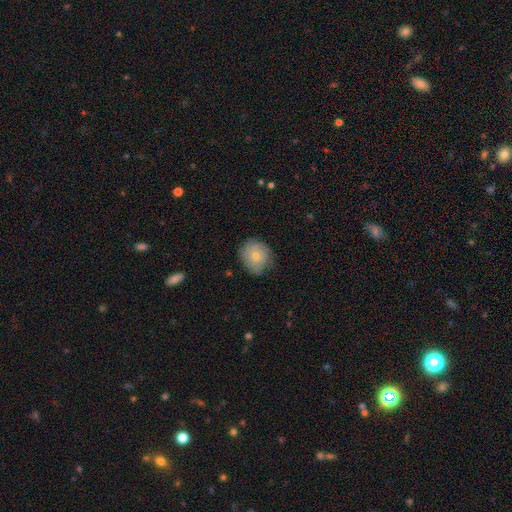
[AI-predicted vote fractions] A smooth galaxy with no disk features (63%) that is round (75%). Merging: none (70%).